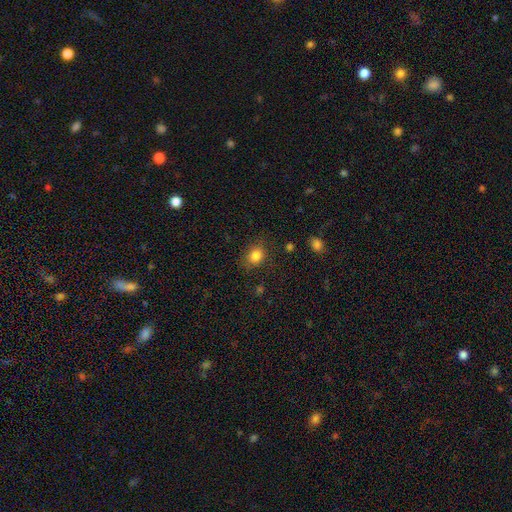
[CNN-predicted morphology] This is clearly a smooth galaxy (83%). How rounded: possibly round (59%). Merging: likely none (80%).